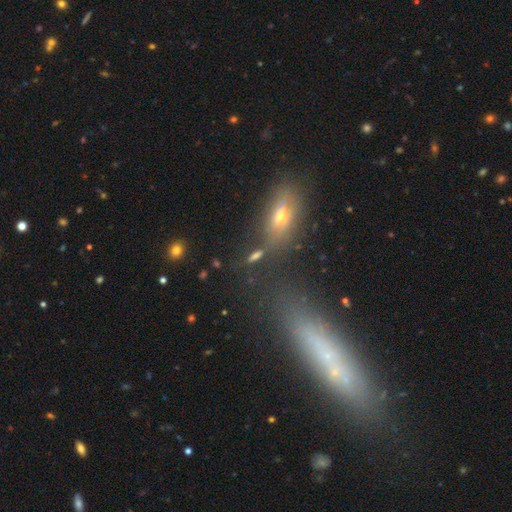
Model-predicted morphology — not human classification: Smooth or featured: smooth — 54% (featured or disk — 25%)
How rounded: in between — 50% (cigar-shaped — 34%)
Merging: none — 69% (minor disturbance — 13%)